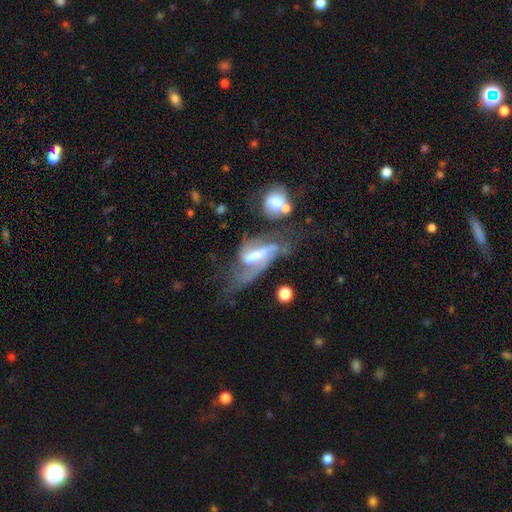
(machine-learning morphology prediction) Smooth or featured? Predicted: featured or disk (p=0.79). Edge-on disk? Predicted: no (p=0.92). Bar? Predicted: strong (p=0.42). Spiral arms? Predicted: yes (p=0.88). Spiral winding? Predicted: medium (p=0.44). Spiral arm count? Predicted: 2 (p=0.64). Bulge size? Predicted: moderate (p=0.53). Merging? Predicted: major disturbance (p=0.38).